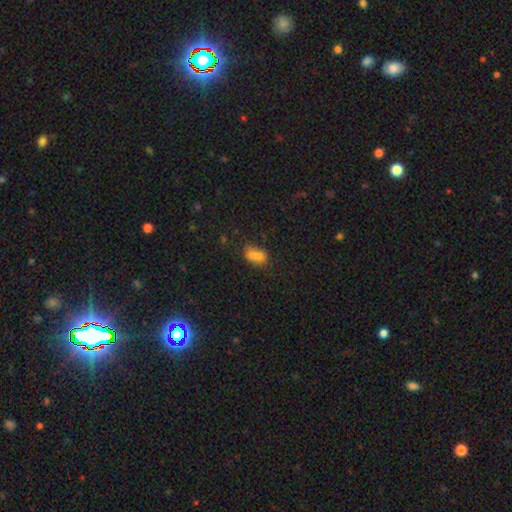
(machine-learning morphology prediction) Q: Smooth or featured?
A: smooth (71%); runner-up: featured or disk (15%)
Q: How rounded?
A: in between (75%); runner-up: round (20%)
Q: Merging?
A: merger (38%); tied with: none (38%)